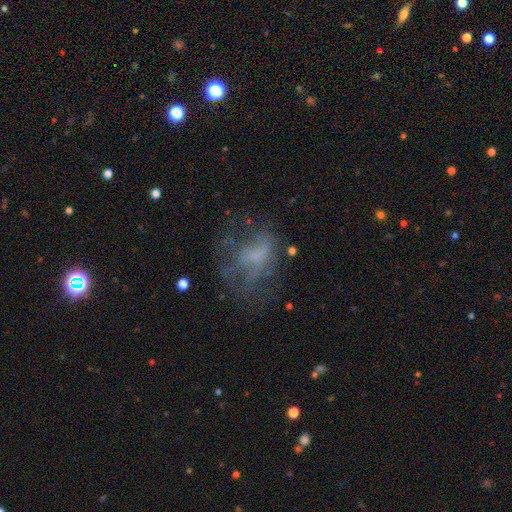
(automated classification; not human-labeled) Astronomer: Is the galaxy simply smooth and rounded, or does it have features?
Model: featured or disk — 47% (runner-up: smooth, 35%).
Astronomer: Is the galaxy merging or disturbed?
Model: none — 44% (runner-up: major disturbance, 34%).